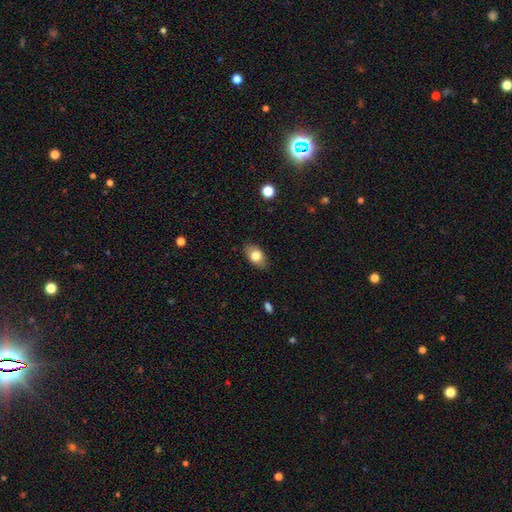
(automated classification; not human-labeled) Smooth or featured? smooth (78%)
How rounded? in between (85%)
Merging? none (83%)